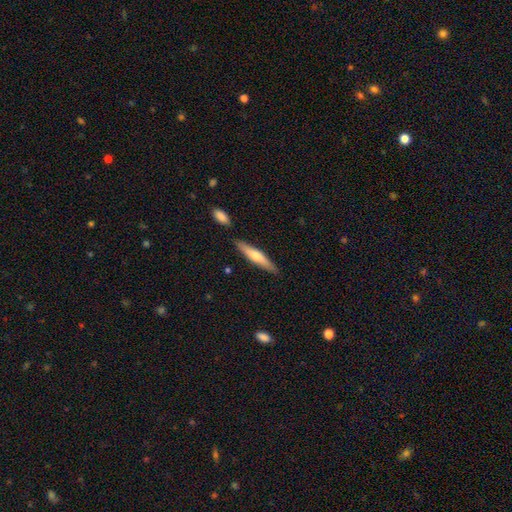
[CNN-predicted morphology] Smooth or featured? smooth (55%)
How rounded? cigar-shaped (87%)
Merging? none (83%)